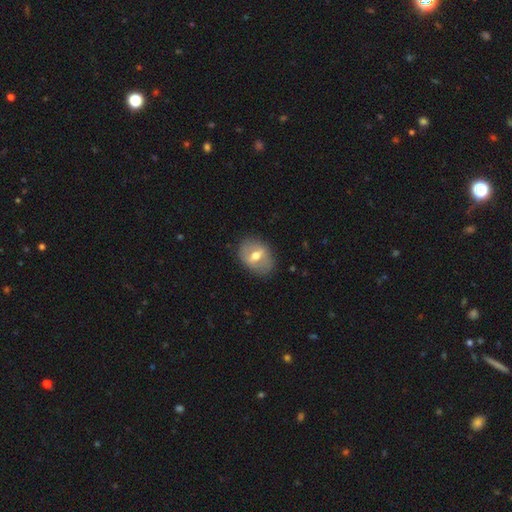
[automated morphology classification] Smooth or featured? featured or disk (53%)
Edge-on disk? no (89%)
Merging? none (81%)